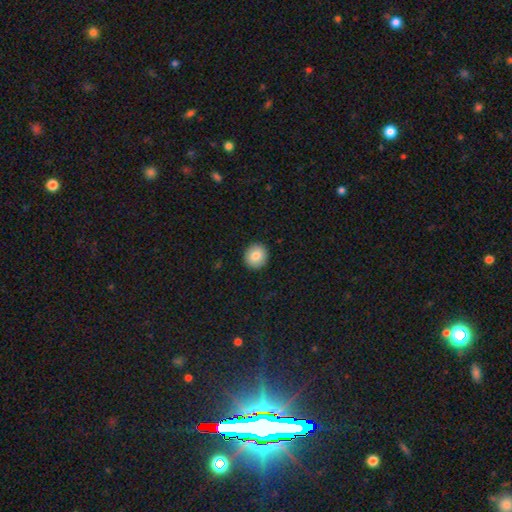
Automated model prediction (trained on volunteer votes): smooth 83%, featured or disk 9%, star or artifact 8%. Down the decision tree: how rounded — round (88%); merging — none (92%).